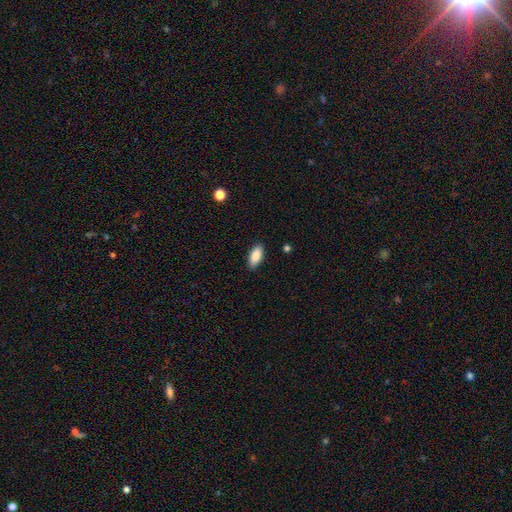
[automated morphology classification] A smooth galaxy with no disk features (87%) that is in between round and cigar-shaped (87%).

Vote fractions:
- Smooth or featured? smooth: 87% / featured or disk: 7% / star or artifact: 7%
- How rounded? in between: 87% / cigar-shaped: 11% / round: 2%
- Merging? none: 88% / minor disturbance: 9% / major disturbance: 2% / merger: 1%